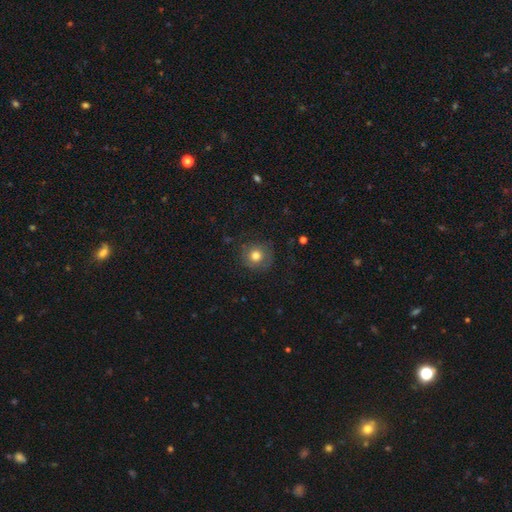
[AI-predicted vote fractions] A smooth galaxy with no disk features (74%) that is round (91%). Merging: none (78%).